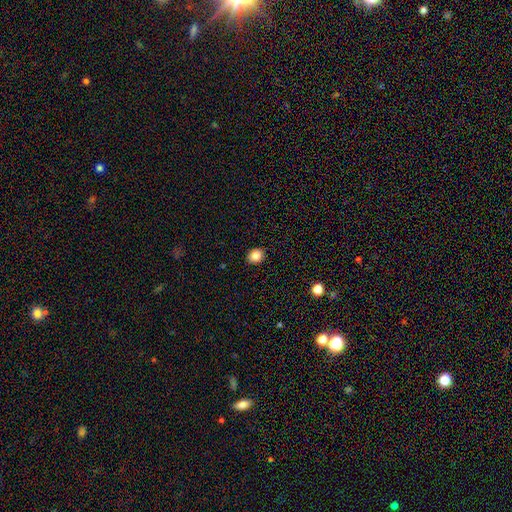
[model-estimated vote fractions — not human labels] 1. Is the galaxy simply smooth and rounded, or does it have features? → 85% smooth, 10% star or artifact, 5% featured or disk.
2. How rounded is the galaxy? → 67% round, 32% in between, 1% cigar-shaped.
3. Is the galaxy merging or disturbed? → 91% none, 6% minor disturbance, 2% major disturbance, 1% merger.